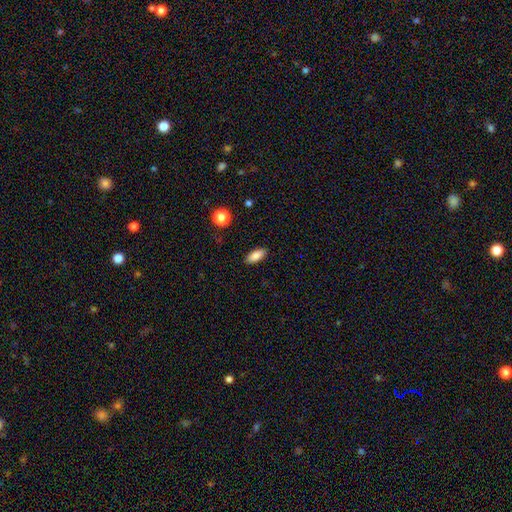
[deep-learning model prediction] smooth 85%, star or artifact 8%, featured or disk 7%. Down the decision tree: how rounded — in between (84%); merging — none (89%).